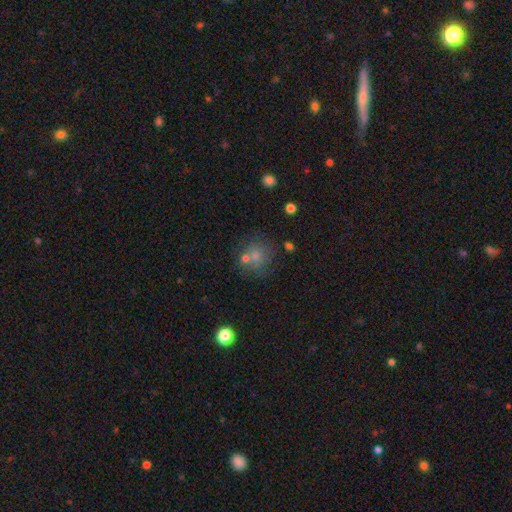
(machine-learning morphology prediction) Smooth or featured?
  - smooth: 58% *
  - star or artifact: 24%
  - featured or disk: 18%
How rounded?
  - round: 87% *
  - in between: 12%
  - cigar-shaped: 1%
Merging?
  - none: 66% *
  - merger: 16%
  - minor disturbance: 12%
  - major disturbance: 6%